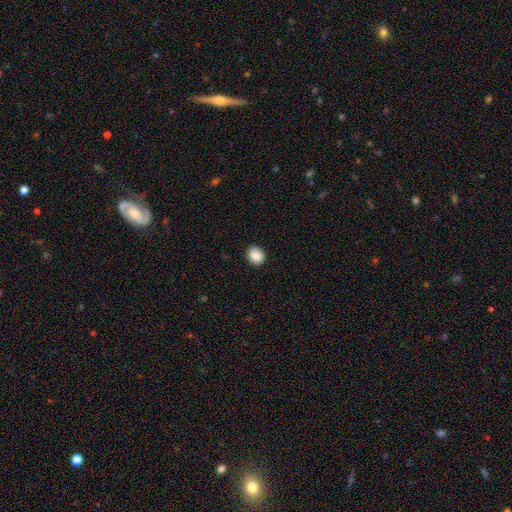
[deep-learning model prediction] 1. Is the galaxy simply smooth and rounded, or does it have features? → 87% smooth, 8% star or artifact, 5% featured or disk.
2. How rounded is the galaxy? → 58% round, 41% in between, 1% cigar-shaped.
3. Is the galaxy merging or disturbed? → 88% none, 9% minor disturbance, 2% major disturbance, 1% merger.